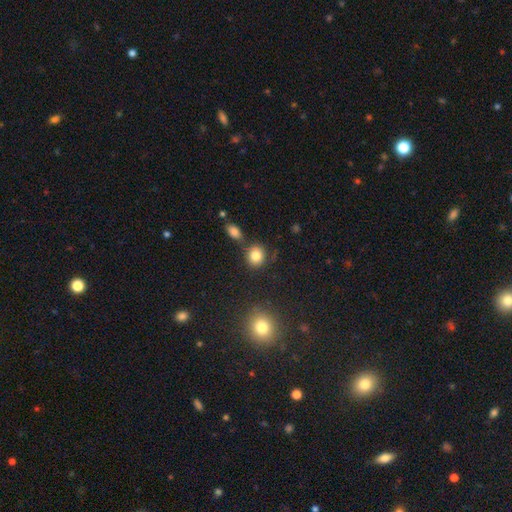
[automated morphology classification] Overall: smooth (82%). How rounded: round (82%). Merging: none (71%).